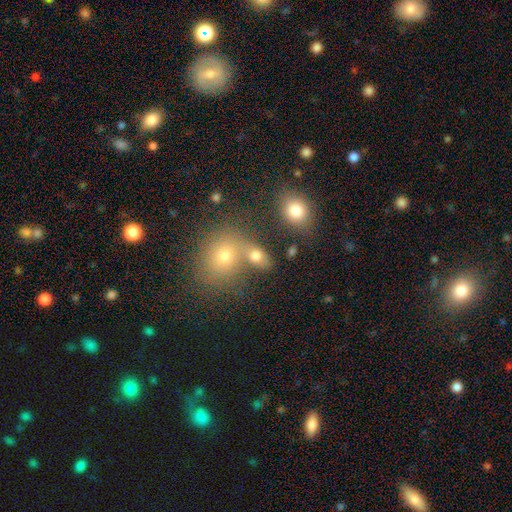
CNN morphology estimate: The model was most divided on "merging": none: 44%, merger: 41%, minor disturbance: 9%, major disturbance: 6%. More confident: smooth or featured — smooth (73%); how rounded — in between (61%).